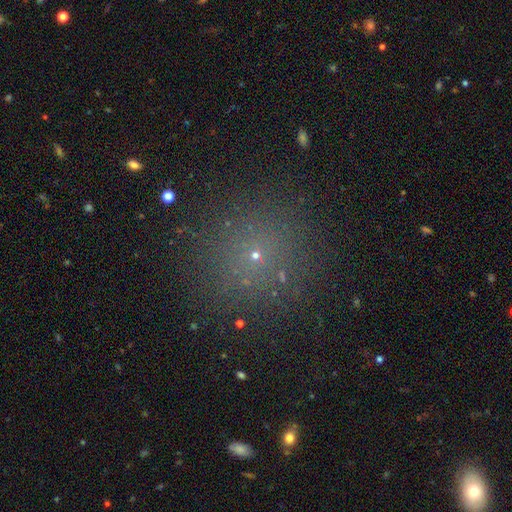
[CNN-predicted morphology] type=smooth (54%); roundness=round (91%); merging=none (86%).